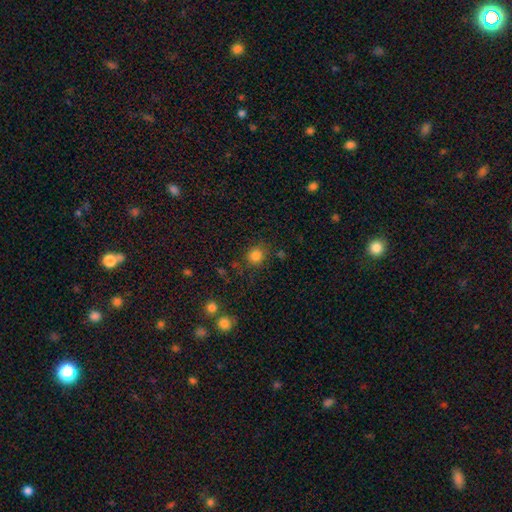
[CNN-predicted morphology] Smooth or featured? Predicted: smooth (p=0.83). How rounded? Predicted: round (p=0.85). Merging? Predicted: none (p=0.80).